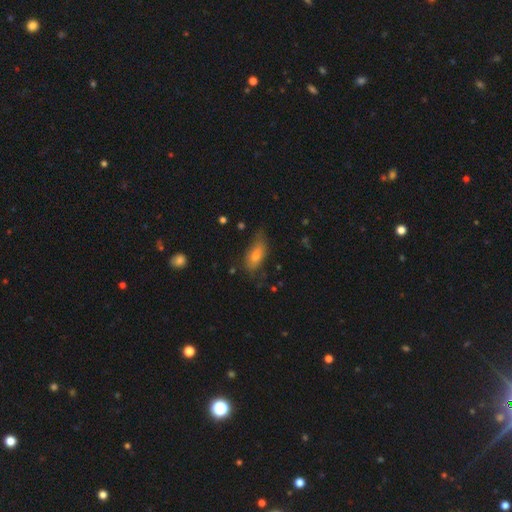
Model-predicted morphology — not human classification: type=smooth (72%); roundness=in between (81%); merging=none (55%).